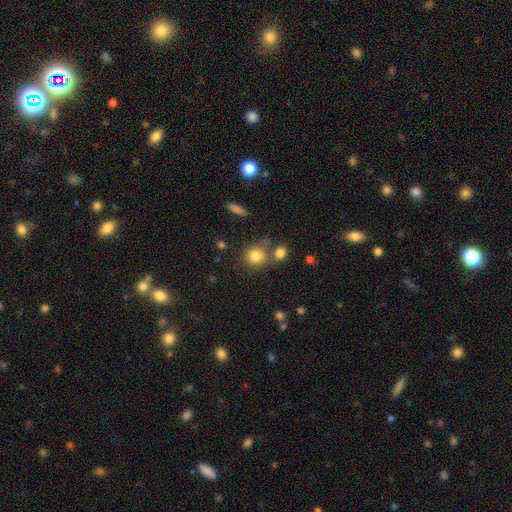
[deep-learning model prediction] smooth 82%, star or artifact 10%, featured or disk 8%. Down the decision tree: how rounded — round (80%); merging — none (61%).